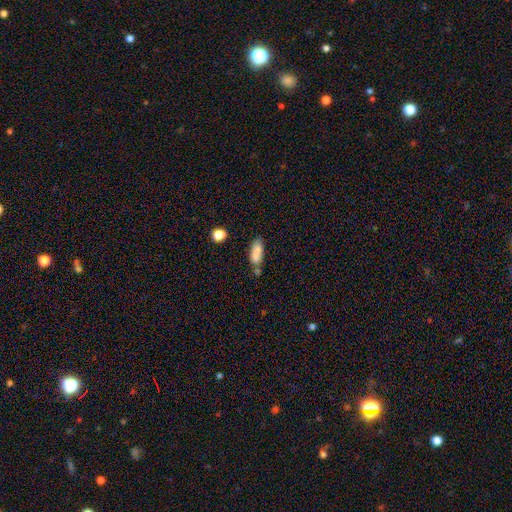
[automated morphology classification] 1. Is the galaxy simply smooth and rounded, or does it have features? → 80% smooth, 11% featured or disk, 9% star or artifact.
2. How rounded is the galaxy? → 73% in between, 24% cigar-shaped, 3% round.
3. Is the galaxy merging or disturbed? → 51% none, 22% merger, 21% minor disturbance, 7% major disturbance.